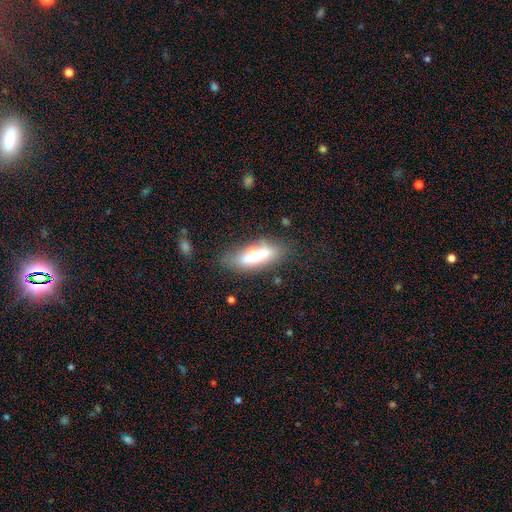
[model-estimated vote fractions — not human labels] A smooth galaxy with no disk features (48%).

Vote fractions:
- Smooth or featured? smooth: 48% / featured or disk: 42% / star or artifact: 10%
- Merging? none: 61% / minor disturbance: 18% / merger: 11% / major disturbance: 9%